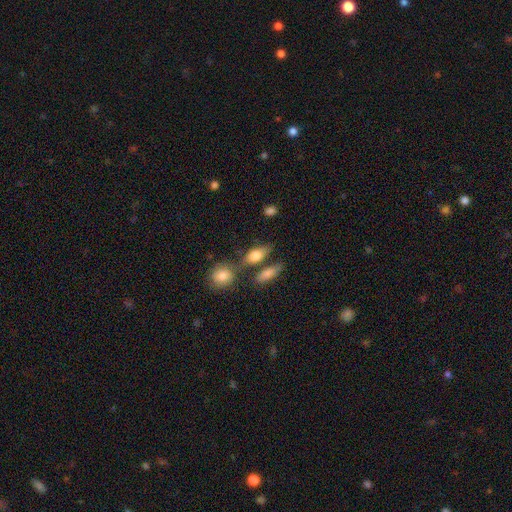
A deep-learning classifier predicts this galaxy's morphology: Smooth or featured: smooth — 78% (featured or disk — 14%)
How rounded: in between — 75% (cigar-shaped — 15%)
Merging: none — 57% (merger — 22%)